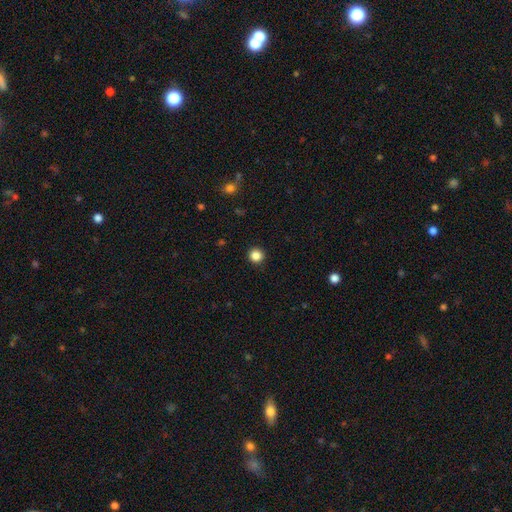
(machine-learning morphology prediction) Overall: smooth (86%). How rounded: round (95%). Merging: none (93%).